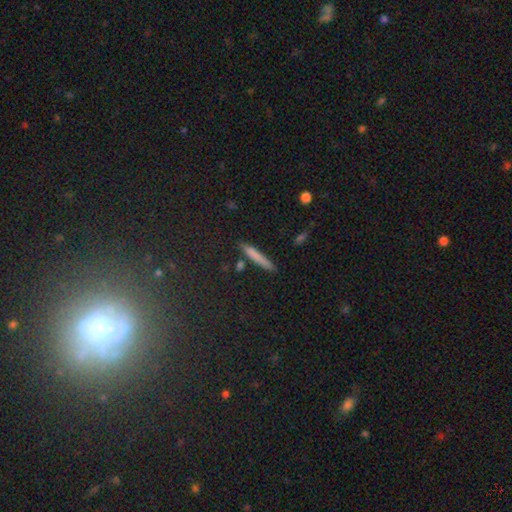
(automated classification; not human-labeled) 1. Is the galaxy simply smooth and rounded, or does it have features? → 74% smooth, 18% featured or disk, 8% star or artifact.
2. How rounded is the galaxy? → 94% cigar-shaped, 4% in between, 2% round.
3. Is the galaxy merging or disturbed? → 85% none, 9% minor disturbance, 3% merger, 2% major disturbance.